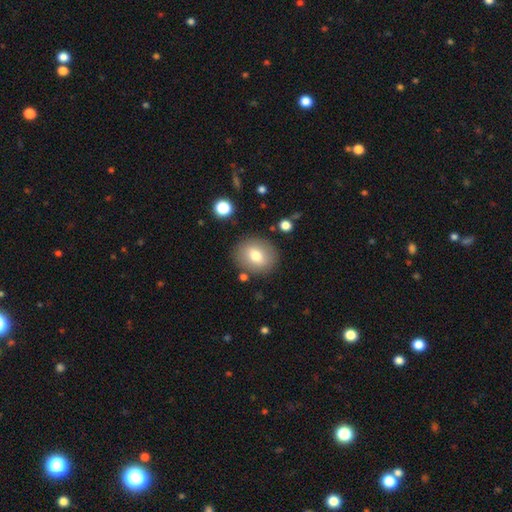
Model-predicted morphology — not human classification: A smooth galaxy with no disk features (74%) that is round (65%). Merging: none (84%).